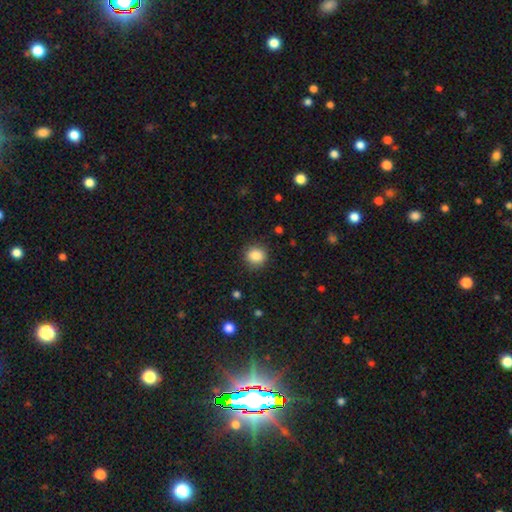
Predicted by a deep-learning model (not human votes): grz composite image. It shows a smooth galaxy with no disk features (86%) that is round (84%). Merging: none (87%).